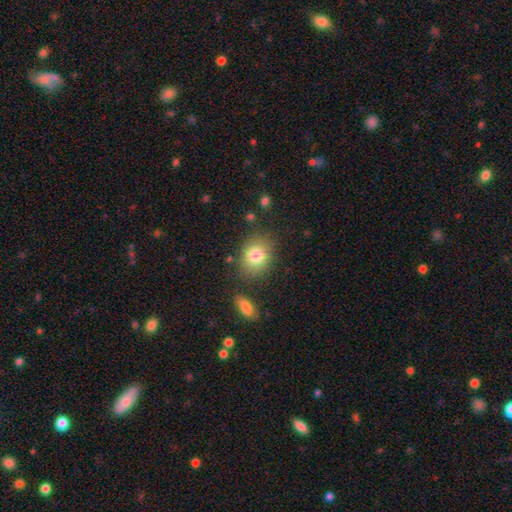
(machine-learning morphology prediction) Smooth or featured? Predicted: smooth (p=0.81). How rounded? Predicted: in between (p=0.51). Merging? Predicted: none (p=0.76).